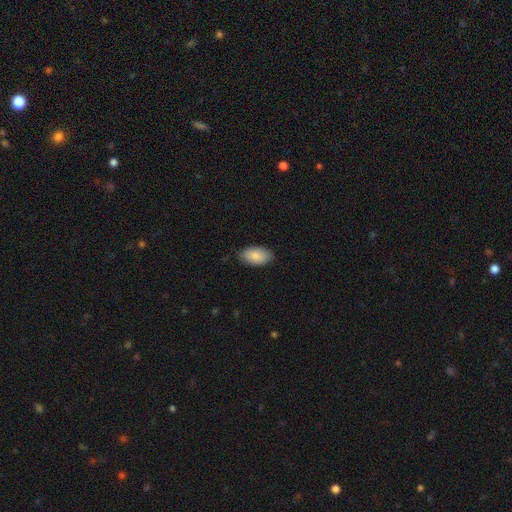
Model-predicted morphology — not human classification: smooth 85%, featured or disk 9%, star or artifact 6%. Down the decision tree: how rounded — in between (95%); merging — none (83%).